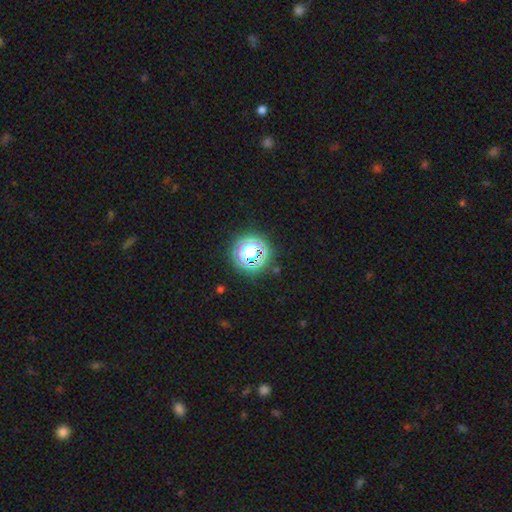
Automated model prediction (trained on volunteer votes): Overall: star or artifact (70%).